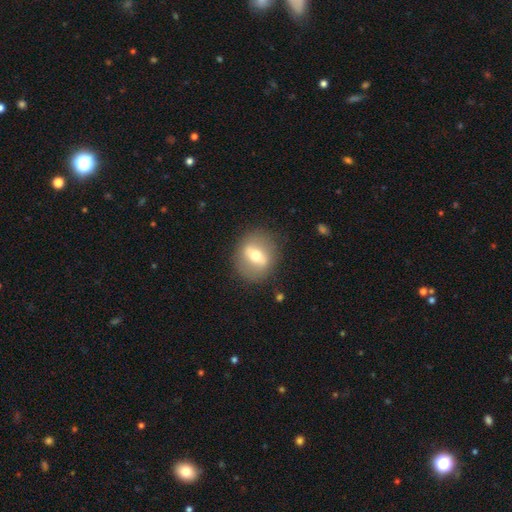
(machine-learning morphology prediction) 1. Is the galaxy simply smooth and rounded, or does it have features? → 50% featured or disk, 42% smooth, 8% star or artifact.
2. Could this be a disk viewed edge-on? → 79% no, 21% yes.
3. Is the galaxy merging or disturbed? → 84% none, 10% minor disturbance, 4% major disturbance, 1% merger.